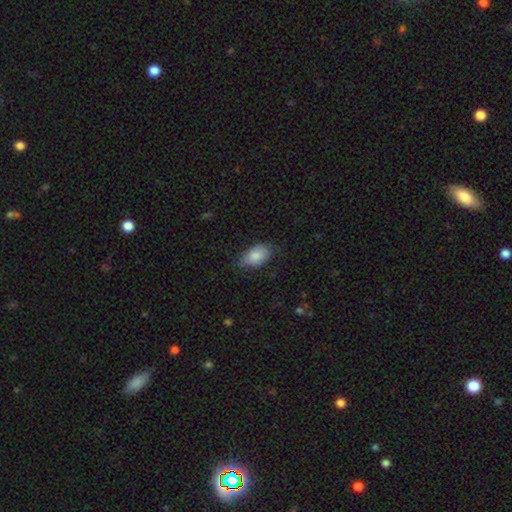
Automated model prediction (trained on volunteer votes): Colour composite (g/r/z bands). It shows a smooth galaxy with no disk features (83%) that is in between round and cigar-shaped (90%). Merging: none (65%).